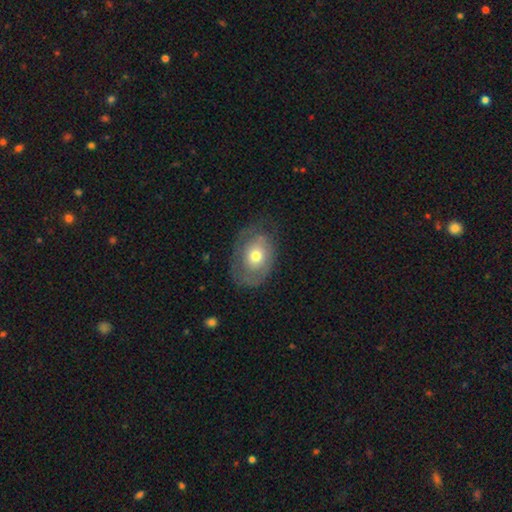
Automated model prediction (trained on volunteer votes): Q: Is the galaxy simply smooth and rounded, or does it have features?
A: smooth — 53%.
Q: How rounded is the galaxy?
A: in between — 69%.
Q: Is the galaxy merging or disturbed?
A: none — 63%.